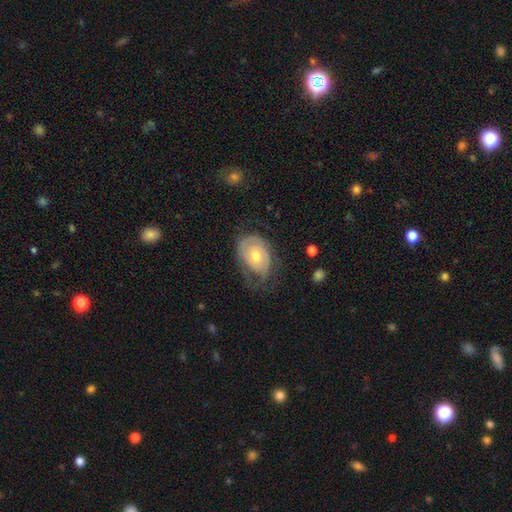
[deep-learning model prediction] A featured or disk galaxy (59%) with no bar (79%), spiral arms (64%) and a moderate central bulge (65%).

Vote fractions:
- Smooth or featured? featured or disk: 59% / smooth: 35% / star or artifact: 7%
- Edge-on disk? no: 95% / yes: 5%
- Bar? no: 79% / weak: 18% / strong: 3%
- Spiral arms? yes: 64% / no: 36%
- Bulge size? moderate: 65% / small: 29% / large: 4% / none: 1% / dominant: 1%
- Merging? none: 50% / minor disturbance: 29% / major disturbance: 20% / merger: 1%